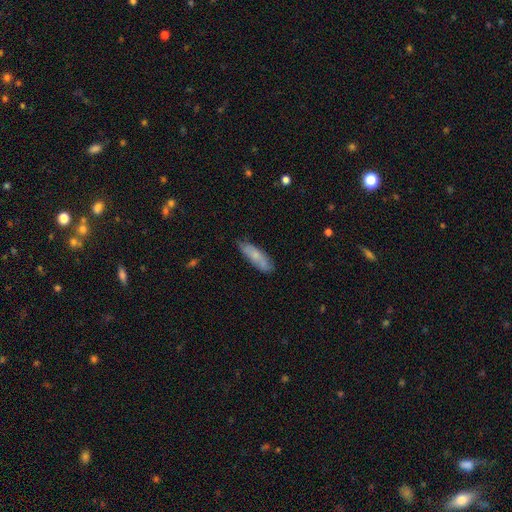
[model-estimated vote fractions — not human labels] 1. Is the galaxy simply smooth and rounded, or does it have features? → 68% smooth, 26% featured or disk, 6% star or artifact.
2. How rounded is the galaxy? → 50% cigar-shaped, 48% in between, 2% round.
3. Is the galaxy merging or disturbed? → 75% none, 19% minor disturbance, 3% major disturbance, 2% merger.